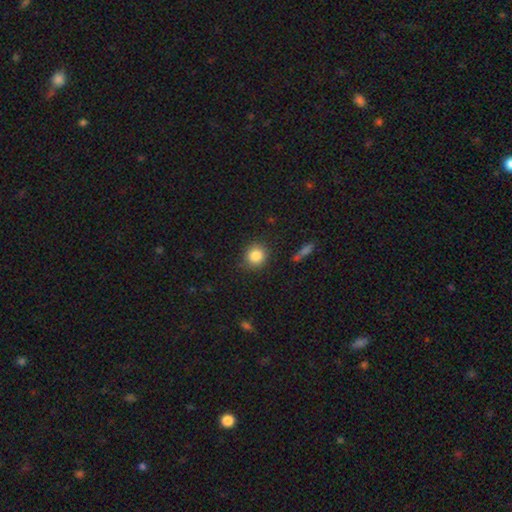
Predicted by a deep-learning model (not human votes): Morphology: type=smooth (84%); roundness=round (89%); merging=none (86%).